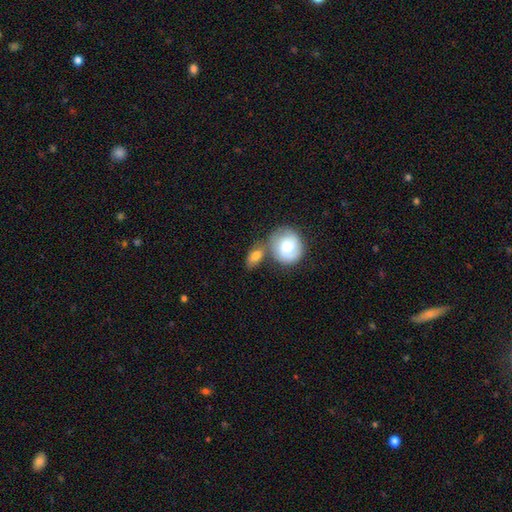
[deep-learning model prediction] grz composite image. It shows a smooth galaxy with no disk features (76%) that is in between round and cigar-shaped (69%). Merging: none (42%).